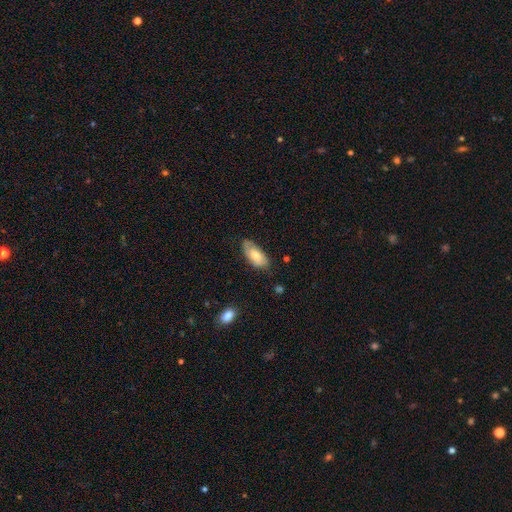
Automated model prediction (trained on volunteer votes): Smooth or featured? Predicted: smooth (p=0.67). How rounded? Predicted: in between (p=0.90). Merging? Predicted: none (p=0.68).